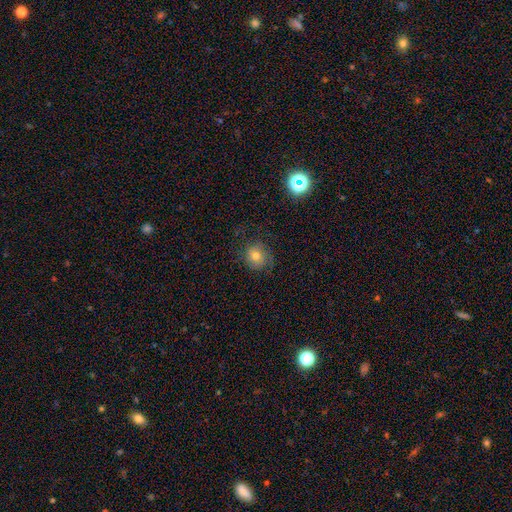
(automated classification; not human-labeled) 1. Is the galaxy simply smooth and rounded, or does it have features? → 66% smooth, 21% featured or disk, 13% star or artifact.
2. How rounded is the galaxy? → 83% round, 16% in between, 1% cigar-shaped.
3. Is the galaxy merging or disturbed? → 71% none, 18% minor disturbance, 10% major disturbance, 1% merger.